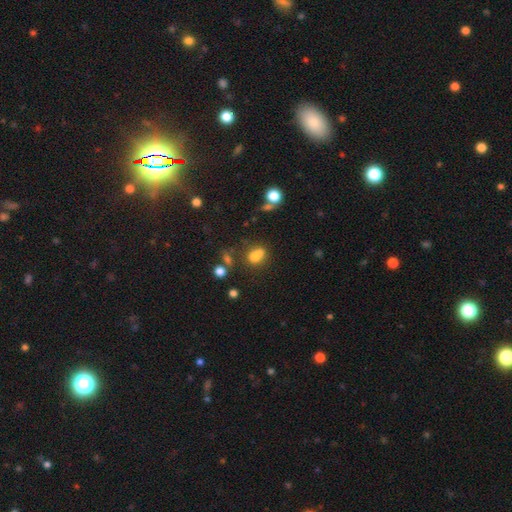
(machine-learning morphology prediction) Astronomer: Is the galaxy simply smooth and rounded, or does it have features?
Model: smooth — 76%.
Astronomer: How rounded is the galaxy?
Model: in between — 65%.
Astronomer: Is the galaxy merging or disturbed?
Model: none — 50%.